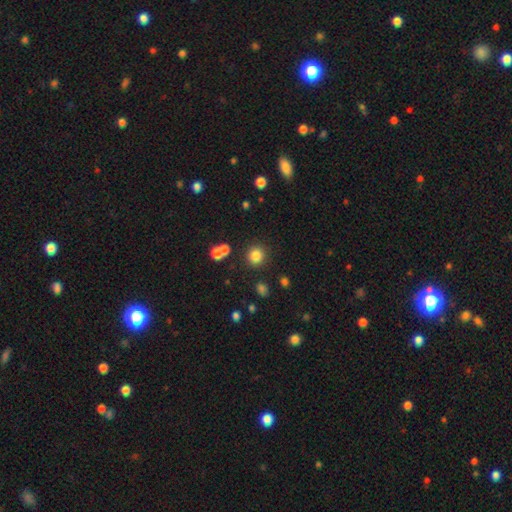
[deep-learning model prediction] Smooth or featured? Predicted: smooth (p=0.81). How rounded? Predicted: round (p=0.91). Merging? Predicted: none (p=0.84).